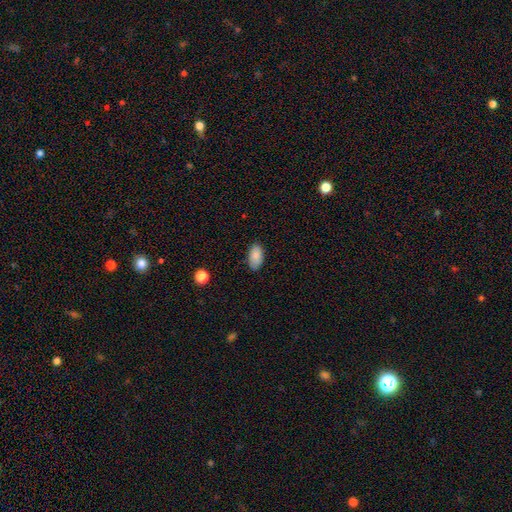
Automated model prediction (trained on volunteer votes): A smooth galaxy with no disk features (84%) that is in between round and cigar-shaped (94%). Merging: none (80%).